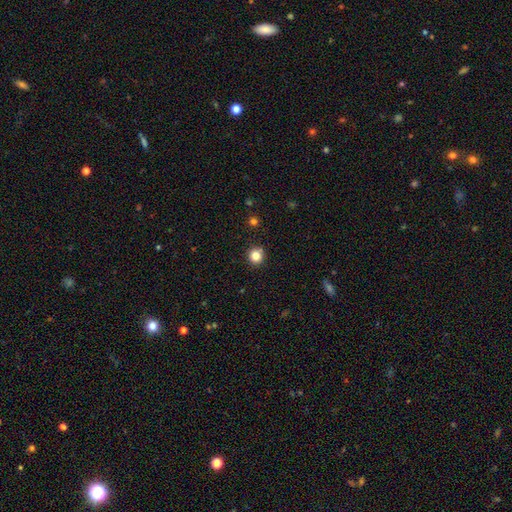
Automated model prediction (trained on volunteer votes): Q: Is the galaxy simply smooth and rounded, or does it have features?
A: smooth — 84%.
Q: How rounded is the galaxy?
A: round — 93%.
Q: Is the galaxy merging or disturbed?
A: none — 90%.